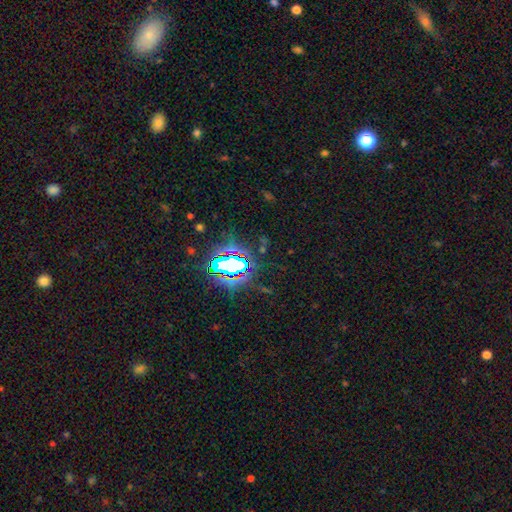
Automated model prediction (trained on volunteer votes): Q: Smooth or featured?
A: star or artifact (81%); runner-up: smooth (11%)